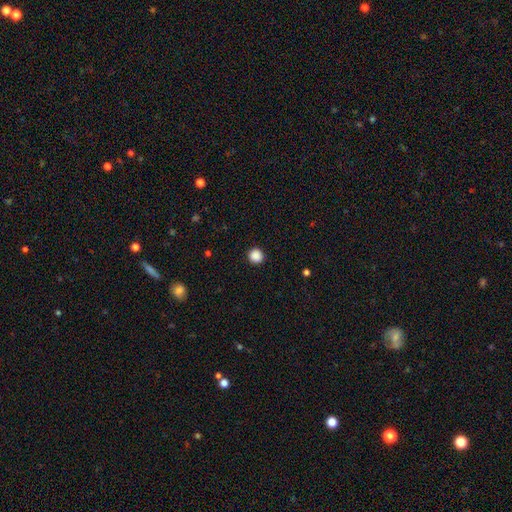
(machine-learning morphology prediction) Smooth or featured?
  - smooth: 88% *
  - star or artifact: 10%
  - featured or disk: 2%
How rounded?
  - round: 93% *
  - in between: 6%
  - cigar-shaped: 1%
Merging?
  - none: 93% *
  - minor disturbance: 5%
  - major disturbance: 2%
  - merger: 1%